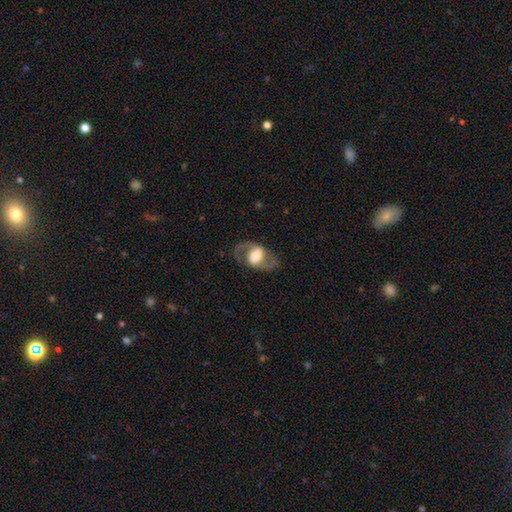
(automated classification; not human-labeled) A featured or disk galaxy (75%) with a weak bar (39%), 2 (90%) medium (53%) spiral arms (78%) and a large central bulge (46%). Merging: none (77%).